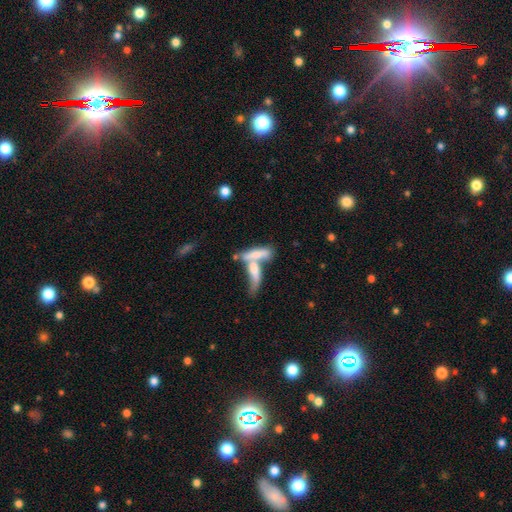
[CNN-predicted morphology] Q: Smooth or featured?
A: smooth (59%); runner-up: featured or disk (33%)
Q: How rounded?
A: cigar-shaped (63%); runner-up: in between (34%)
Q: Merging?
A: merger (65%); runner-up: none (21%)